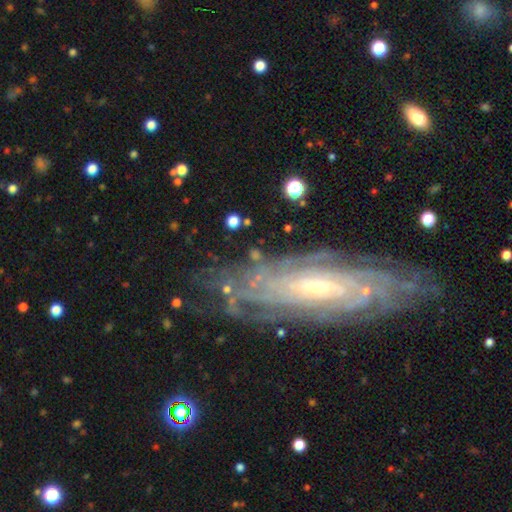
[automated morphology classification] Smooth or featured: featured or disk — 84% (smooth — 9%)
Edge-on disk: no — 84% (yes — 16%)
Bar: no — 52% (weak — 35%)
Spiral arms: yes — 94% (no — 6%)
Spiral winding: tight — 78% (medium — 18%)
Spiral arm count: can't tell — 50% (more than 4 — 17%)
Bulge size: small — 59% (moderate — 33%)
Merging: none — 76% (minor disturbance — 16%)